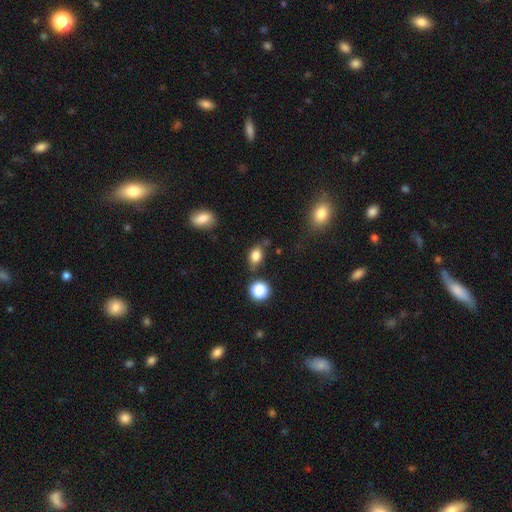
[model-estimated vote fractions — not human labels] This is clearly a smooth galaxy (80%). How rounded: likely in between (74%). Merging: likely none (69%).